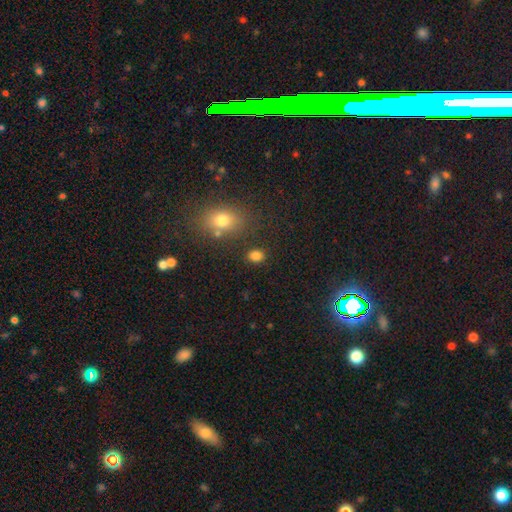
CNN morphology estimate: A smooth galaxy with no disk features (83%) that is in between round and cigar-shaped (58%). Merging: none (82%).